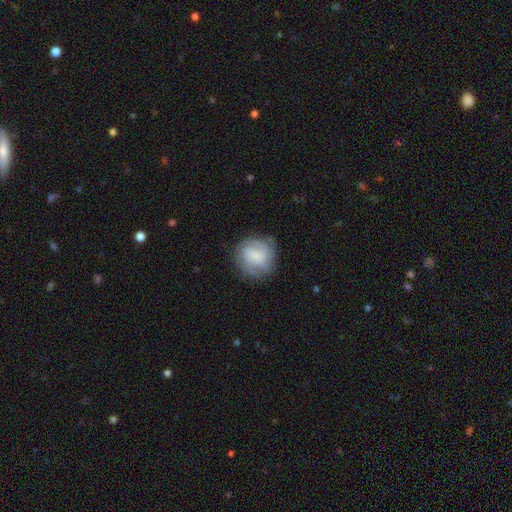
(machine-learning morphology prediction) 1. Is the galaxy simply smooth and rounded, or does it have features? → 48% smooth, 44% featured or disk, 8% star or artifact.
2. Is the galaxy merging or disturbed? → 69% none, 20% minor disturbance, 9% major disturbance, 1% merger.